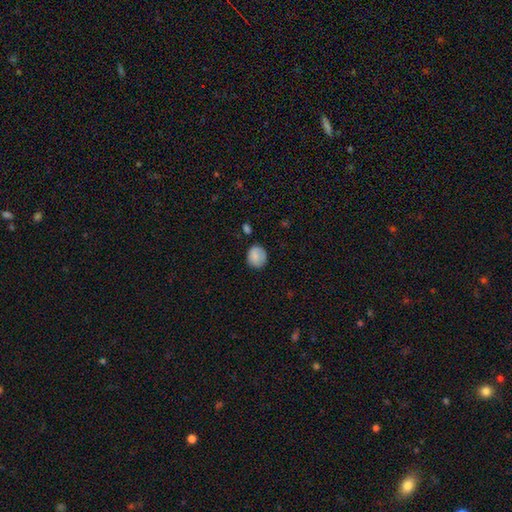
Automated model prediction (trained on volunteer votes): Smooth or featured? Predicted: smooth (p=0.81). How rounded? Predicted: round (p=0.69). Merging? Predicted: none (p=0.74).